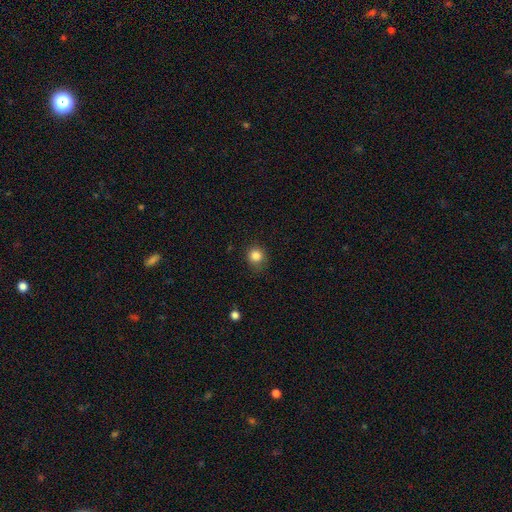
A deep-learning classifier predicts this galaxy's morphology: A smooth galaxy with no disk features (84%) that is round (88%). Merging: none (81%).